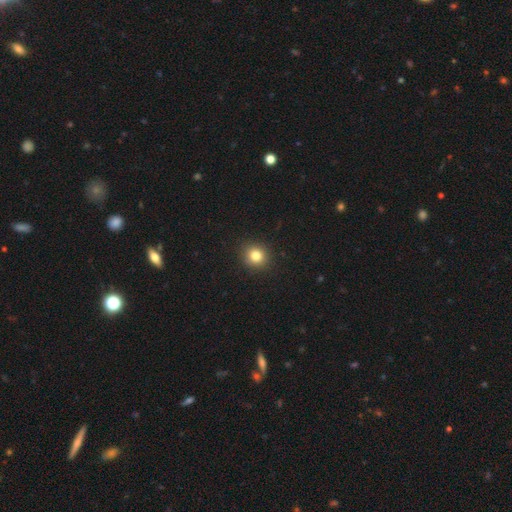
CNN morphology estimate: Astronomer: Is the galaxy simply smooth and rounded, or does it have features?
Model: smooth — 81%.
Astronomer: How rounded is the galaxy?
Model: round — 89%.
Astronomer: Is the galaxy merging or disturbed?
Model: none — 92%.